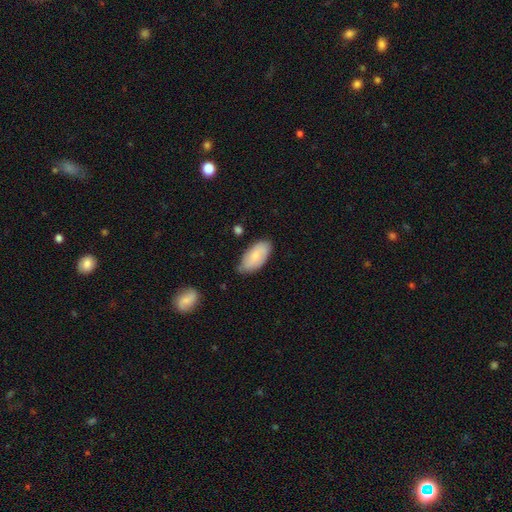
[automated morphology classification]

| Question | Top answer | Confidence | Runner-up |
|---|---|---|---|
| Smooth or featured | smooth | 74% | featured or disk (20%) |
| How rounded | in between | 93% | cigar-shaped (4%) |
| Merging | none | 69% | minor disturbance (25%) |